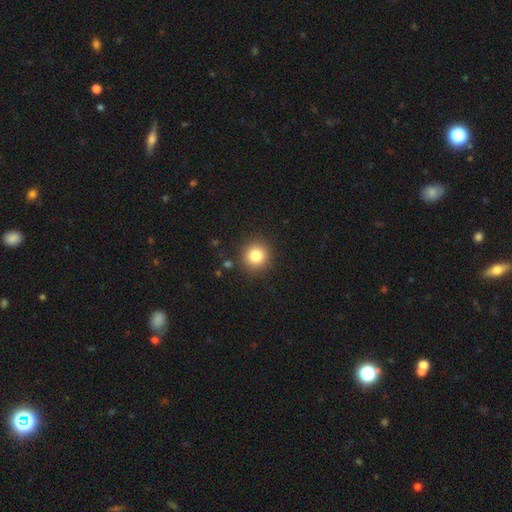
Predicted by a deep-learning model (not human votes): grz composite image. It shows a smooth galaxy with no disk features (83%) that is round (93%). Merging: none (89%).